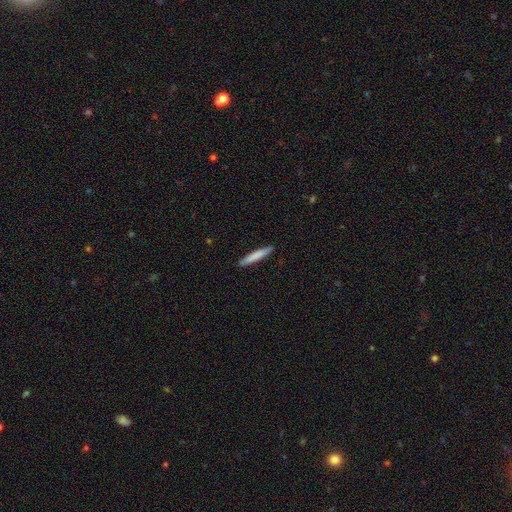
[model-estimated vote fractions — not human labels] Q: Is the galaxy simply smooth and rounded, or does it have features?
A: smooth — 78%.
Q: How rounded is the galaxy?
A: cigar-shaped — 94%.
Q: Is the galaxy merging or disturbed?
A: none — 91%.